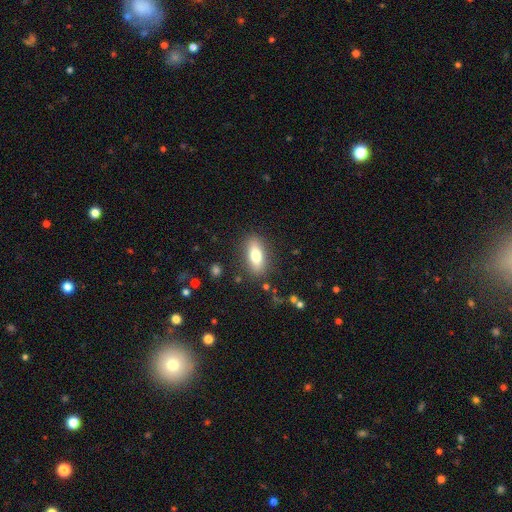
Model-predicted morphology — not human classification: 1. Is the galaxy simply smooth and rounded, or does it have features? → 74% smooth, 19% featured or disk, 8% star or artifact.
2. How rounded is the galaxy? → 76% in between, 20% cigar-shaped, 4% round.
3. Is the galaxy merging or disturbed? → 85% none, 10% minor disturbance, 3% major disturbance, 2% merger.